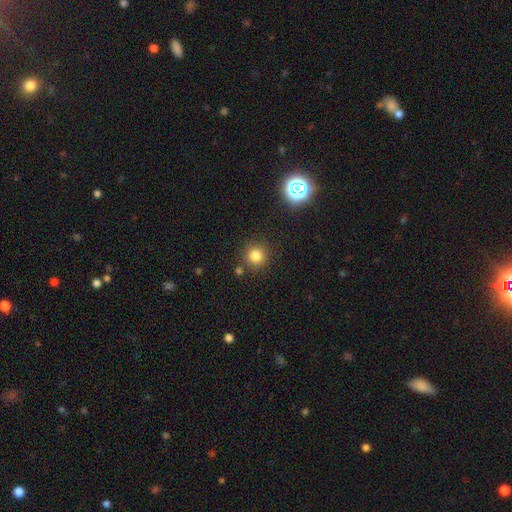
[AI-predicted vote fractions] A smooth galaxy with no disk features (80%) that is round (94%). Merging: none (84%).